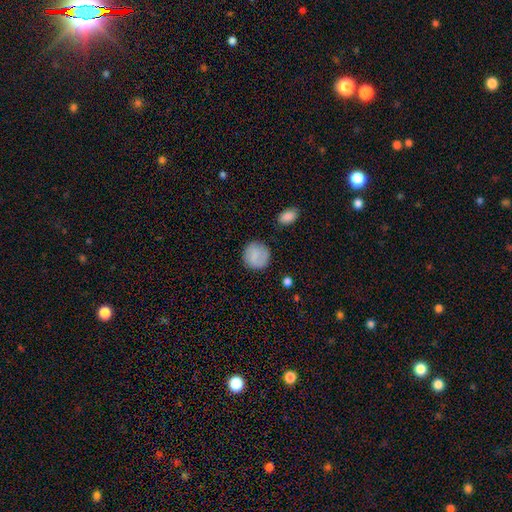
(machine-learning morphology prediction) smooth-or-featured: smooth: 80% | featured or disk: 13% | star or artifact: 7%
  how-rounded: round: 91% | in between: 8% | cigar-shaped: 1%
  merging: none: 86% | minor disturbance: 10% | major disturbance: 3% | merger: 2%